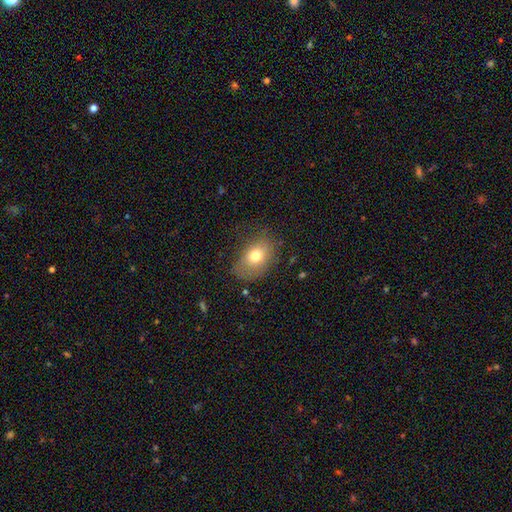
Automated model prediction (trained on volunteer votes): Q: Smooth or featured?
A: smooth (74%); runner-up: featured or disk (16%)
Q: How rounded?
A: in between (79%); runner-up: round (20%)
Q: Merging?
A: none (71%); runner-up: minor disturbance (20%)